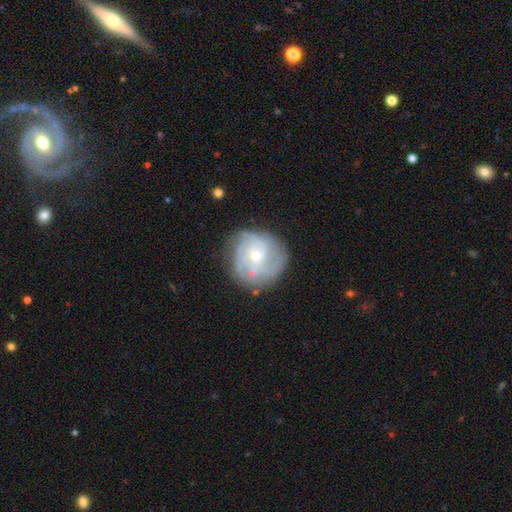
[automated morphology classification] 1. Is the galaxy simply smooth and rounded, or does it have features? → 77% featured or disk, 15% smooth, 8% star or artifact.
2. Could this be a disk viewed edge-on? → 97% no, 3% yes.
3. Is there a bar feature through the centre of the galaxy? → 71% no, 25% weak, 5% strong.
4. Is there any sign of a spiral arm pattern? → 90% yes, 10% no.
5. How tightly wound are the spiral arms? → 64% tight, 28% medium, 9% loose.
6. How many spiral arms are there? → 41% can't tell, 19% 3, 15% 4, 13% 2, 7% more than 4, 6% 1.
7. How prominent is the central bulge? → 57% small, 40% moderate, 1% large, 1% none, 1% dominant.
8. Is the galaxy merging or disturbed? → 75% none, 17% minor disturbance, 7% major disturbance, 2% merger.